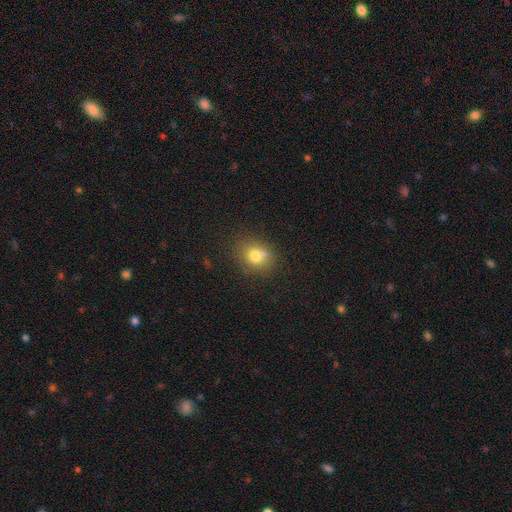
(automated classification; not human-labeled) Smooth or featured?
  - smooth: 76% *
  - star or artifact: 13%
  - featured or disk: 12%
How rounded?
  - round: 59% *
  - in between: 40%
  - cigar-shaped: 1%
Merging?
  - none: 66% *
  - minor disturbance: 19%
  - merger: 9%
  - major disturbance: 6%